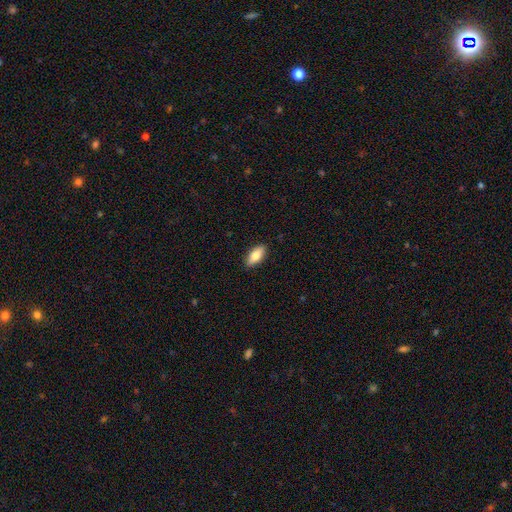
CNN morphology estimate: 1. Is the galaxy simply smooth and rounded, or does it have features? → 79% smooth, 15% featured or disk, 6% star or artifact.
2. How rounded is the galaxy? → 84% in between, 13% cigar-shaped, 3% round.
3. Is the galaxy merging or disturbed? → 89% none, 9% minor disturbance, 2% major disturbance, 1% merger.